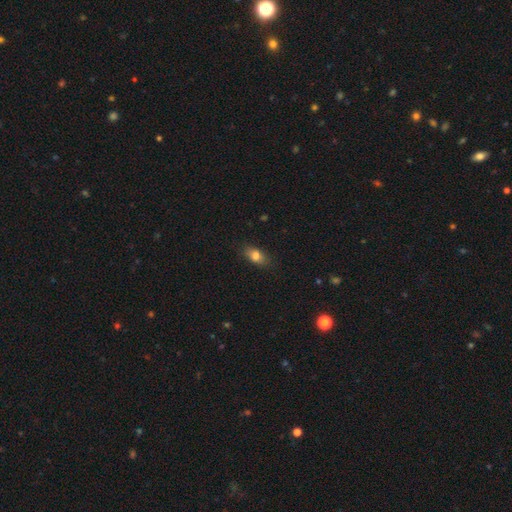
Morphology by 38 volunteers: Smooth or featured: smooth — 95% (featured or disk — 5%)
How rounded: in between — 92% (round — 8%)
Merging: none — 95% (minor disturbance — 5%)